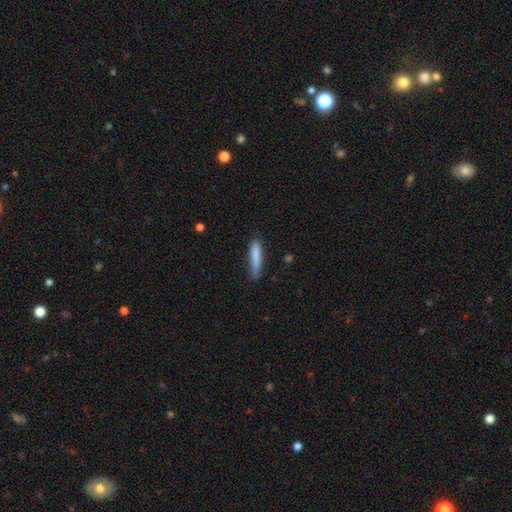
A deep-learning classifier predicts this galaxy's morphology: Overall: smooth (83%). How rounded: cigar-shaped (88%). Merging: none (77%).